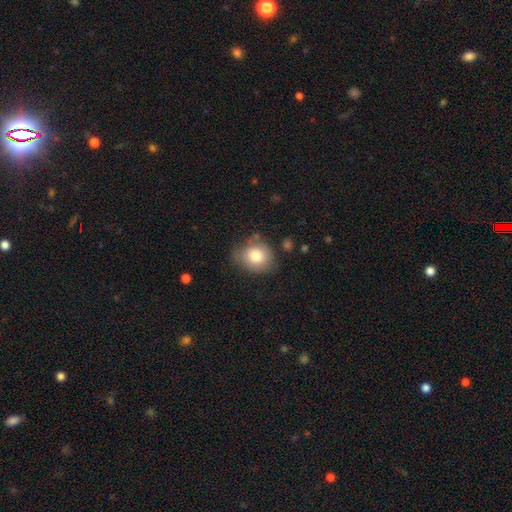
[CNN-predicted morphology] smooth 80%, featured or disk 12%, star or artifact 8%. Down the decision tree: how rounded — round (64%); merging — none (67%).